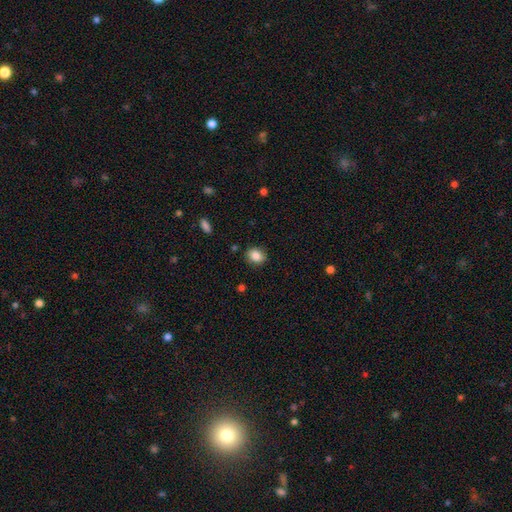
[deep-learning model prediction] This is clearly a smooth galaxy (85%). How rounded: possibly round (50%). Merging: clearly none (85%).